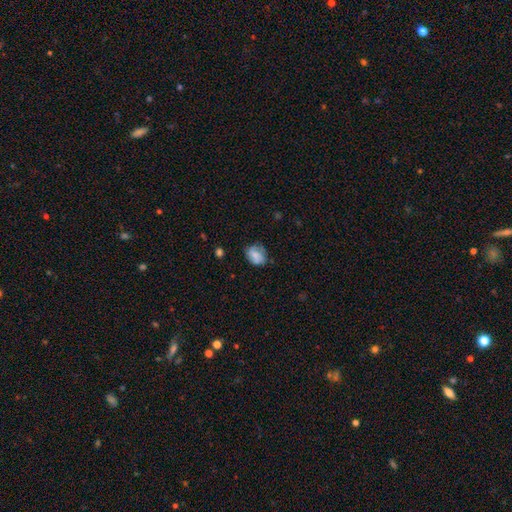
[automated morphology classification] type=smooth (71%); roundness=in between (63%); merging=none (56%).